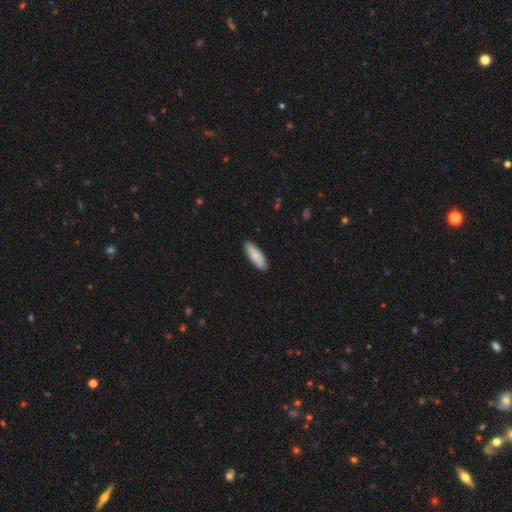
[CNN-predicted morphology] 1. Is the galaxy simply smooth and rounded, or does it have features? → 86% smooth, 9% featured or disk, 5% star or artifact.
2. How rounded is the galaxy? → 50% in between, 48% cigar-shaped, 2% round.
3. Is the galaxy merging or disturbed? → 88% none, 9% minor disturbance, 2% major disturbance, 1% merger.